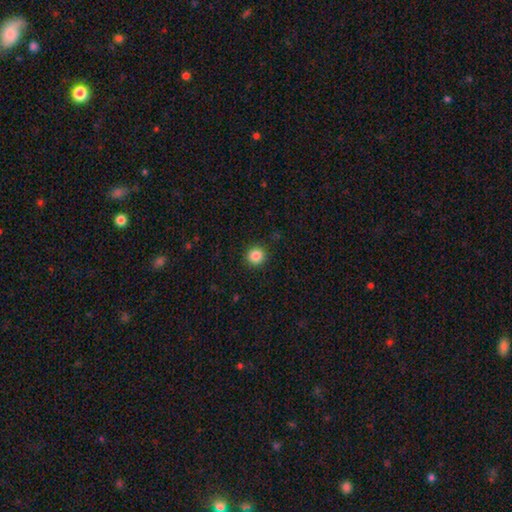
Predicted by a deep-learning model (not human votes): Smooth or featured? Predicted: smooth (p=0.86). How rounded? Predicted: round (p=0.93). Merging? Predicted: none (p=0.91).